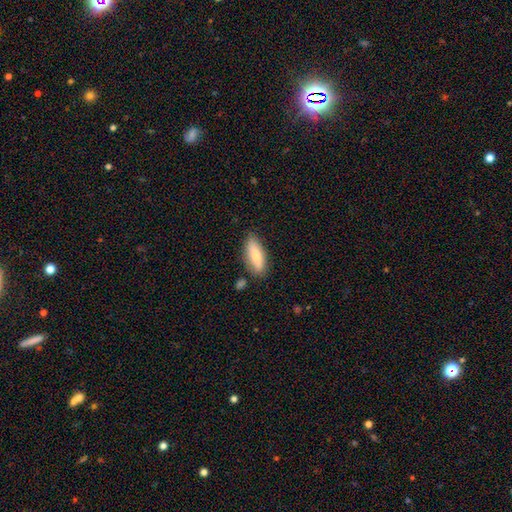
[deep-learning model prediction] Smooth or featured: smooth — 79% (featured or disk — 15%)
How rounded: in between — 73% (cigar-shaped — 25%)
Merging: none — 77% (minor disturbance — 16%)